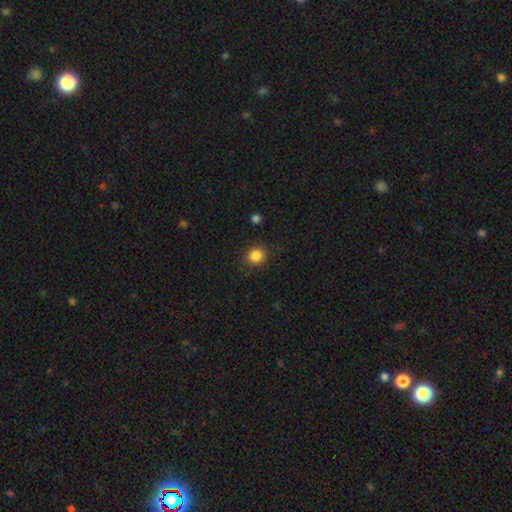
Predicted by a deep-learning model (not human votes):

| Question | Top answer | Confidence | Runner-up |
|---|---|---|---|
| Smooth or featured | smooth | 86% | star or artifact (10%) |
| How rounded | round | 74% | in between (25%) |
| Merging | none | 86% | minor disturbance (10%) |